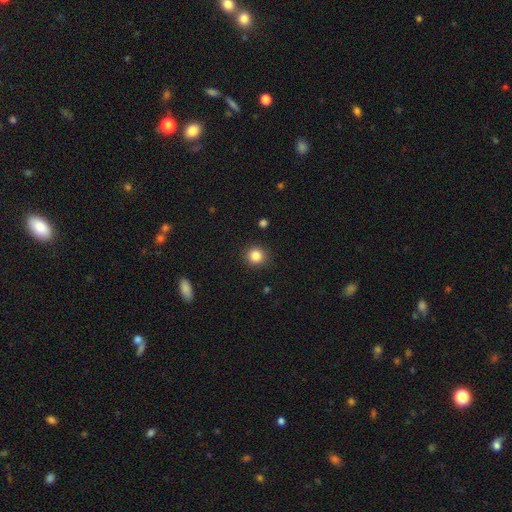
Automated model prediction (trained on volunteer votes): smooth-or-featured: smooth: 85% | star or artifact: 11% | featured or disk: 4%
  how-rounded: round: 91% | in between: 8% | cigar-shaped: 1%
  merging: none: 91% | minor disturbance: 6% | major disturbance: 2% | merger: 1%